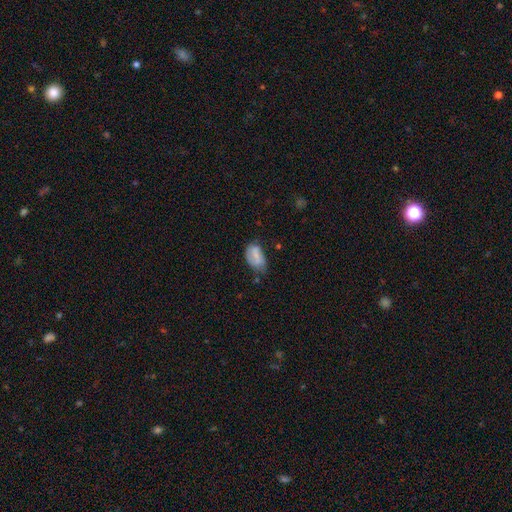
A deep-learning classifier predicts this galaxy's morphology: smooth-or-featured: smooth: 61% | featured or disk: 31% | star or artifact: 8%
  how-rounded: in between: 89% | round: 9% | cigar-shaped: 2%
  merging: none: 48% | minor disturbance: 37% | major disturbance: 11% | merger: 5%